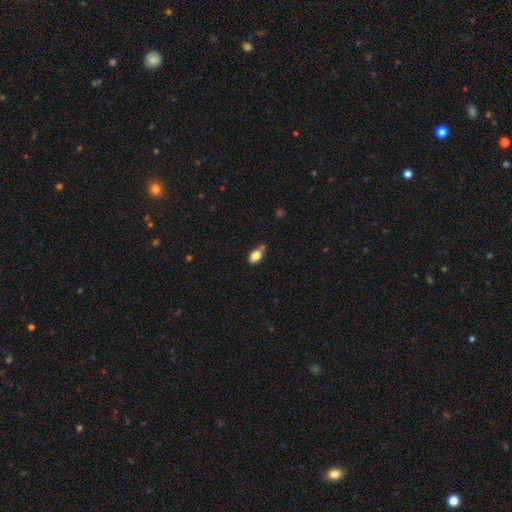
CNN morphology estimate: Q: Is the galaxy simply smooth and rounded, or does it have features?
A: smooth — 84%.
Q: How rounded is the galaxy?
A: in between — 86%.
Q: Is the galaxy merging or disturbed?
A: none — 63%.